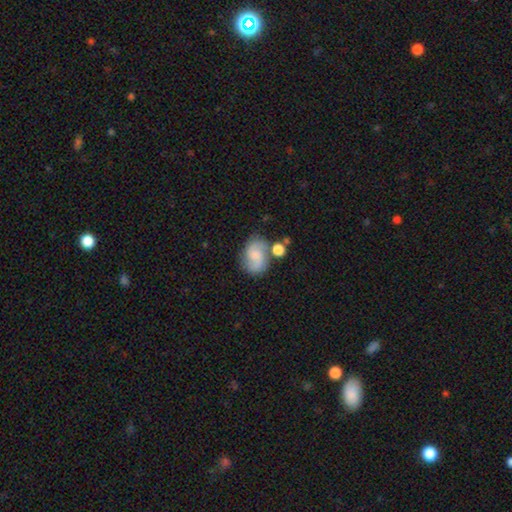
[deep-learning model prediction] Smooth or featured: featured or disk — 56% (smooth — 35%)
Edge-on disk: no — 98% (yes — 2%)
Bar: no — 58% (weak — 36%)
Spiral arms: yes — 90% (no — 10%)
Bulge size: small — 34% (none — 33%)
Merging: none — 56% (minor disturbance — 19%)